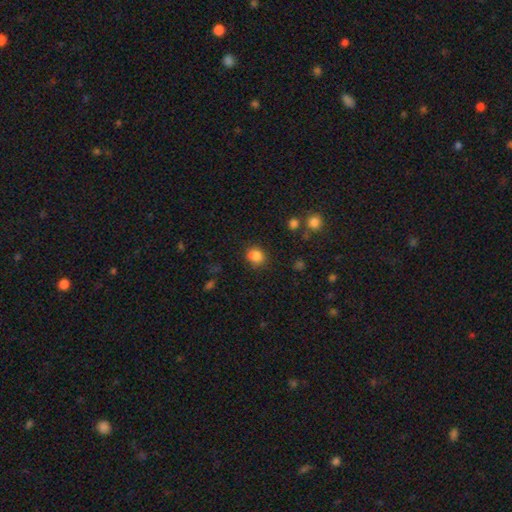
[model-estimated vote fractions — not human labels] The model was most divided on "how rounded": round: 70%, in between: 29%, cigar-shaped: 1%. More confident: smooth or featured — smooth (85%); merging — none (81%).